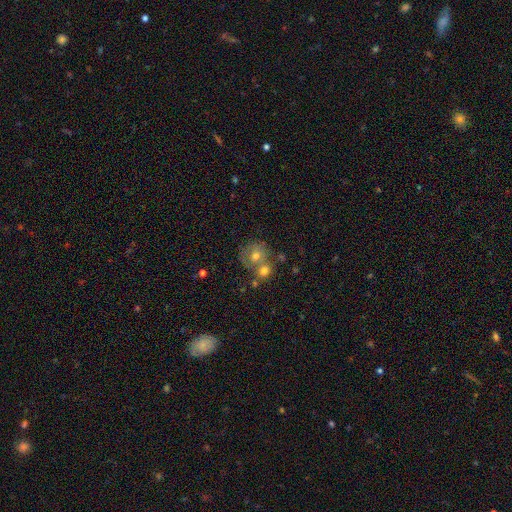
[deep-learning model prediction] Morphology: type=smooth (65%); roundness=round (81%); merging=merger (45%).